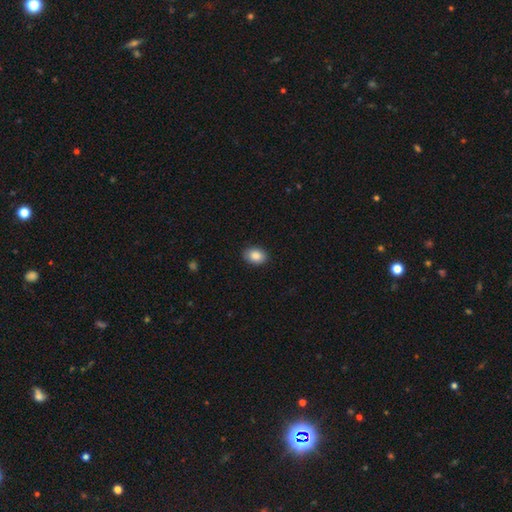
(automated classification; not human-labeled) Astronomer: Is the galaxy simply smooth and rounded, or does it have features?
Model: smooth — 88%.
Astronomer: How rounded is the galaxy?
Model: in between — 75%.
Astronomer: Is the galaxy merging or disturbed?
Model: none — 89%.